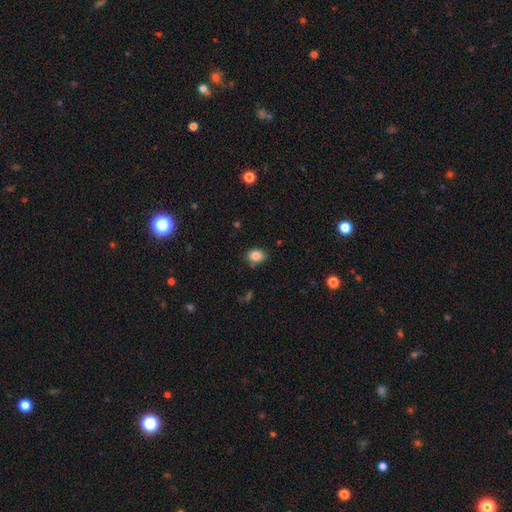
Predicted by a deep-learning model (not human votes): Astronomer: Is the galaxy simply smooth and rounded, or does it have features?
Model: smooth — 84%.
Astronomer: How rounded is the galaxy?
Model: in between — 62% (runner-up: round, 37%).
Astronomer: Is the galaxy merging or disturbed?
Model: none — 79%.